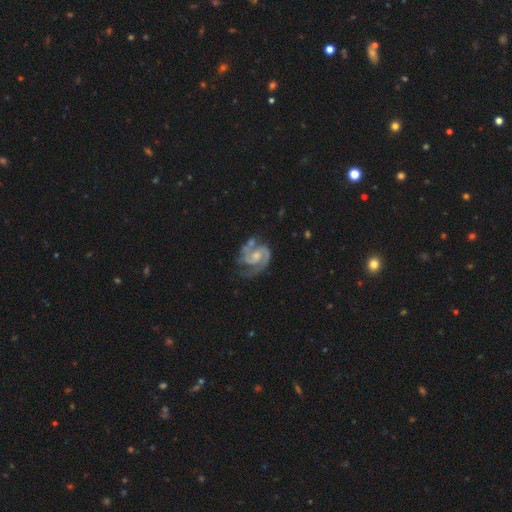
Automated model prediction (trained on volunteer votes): Smooth or featured?
  - featured or disk: 89% *
  - smooth: 6%
  - star or artifact: 5%
Edge-on disk?
  - no: 98% *
  - yes: 2%
Bar?
  - no: 53% *
  - weak: 39%
  - strong: 8%
Spiral arms?
  - yes: 97% *
  - no: 3%
Spiral winding?
  - medium: 51% *
  - tight: 37%
  - loose: 12%
Spiral arm count?
  - 2: 80% *
  - 3: 7%
  - can't tell: 5%
  - 1: 5%
  - 4: 1%
  - more than 4: 1%
Bulge size?
  - small: 46% *
  - moderate: 43%
  - none: 7%
  - large: 3%
  - dominant: 1%
Merging?
  - none: 53% *
  - minor disturbance: 24%
  - major disturbance: 16%
  - merger: 8%